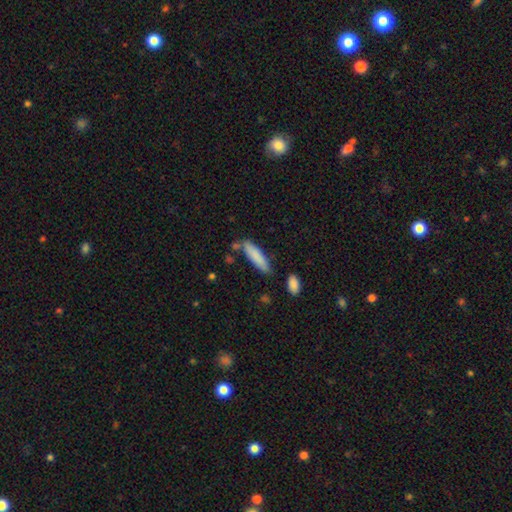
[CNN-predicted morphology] Q: Smooth or featured?
A: smooth (83%); runner-up: featured or disk (11%)
Q: How rounded?
A: cigar-shaped (71%); runner-up: in between (28%)
Q: Merging?
A: none (72%); runner-up: minor disturbance (17%)